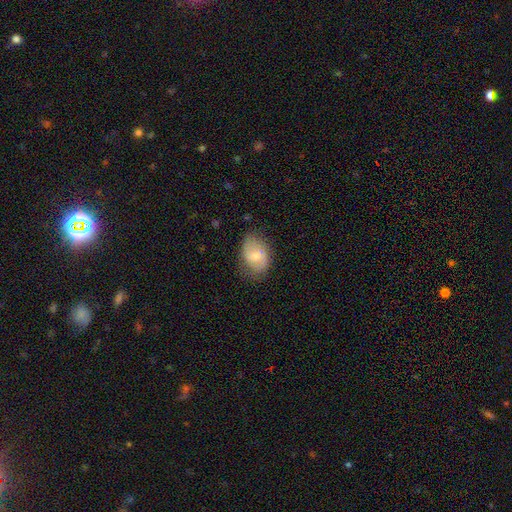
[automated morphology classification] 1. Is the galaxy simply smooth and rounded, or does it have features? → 60% smooth, 33% featured or disk, 7% star or artifact.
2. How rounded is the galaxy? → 80% in between, 19% round, 1% cigar-shaped.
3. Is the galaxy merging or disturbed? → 66% none, 25% minor disturbance, 7% major disturbance, 2% merger.